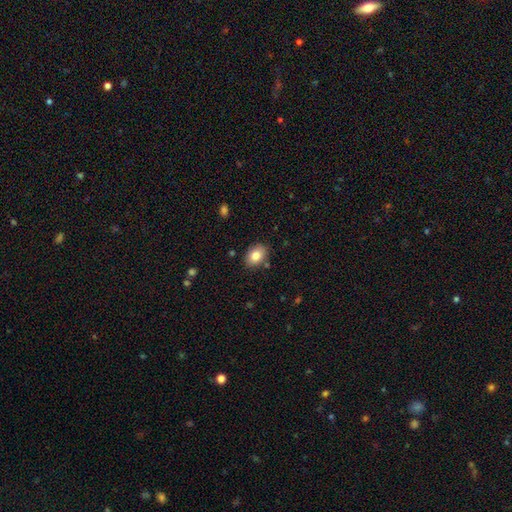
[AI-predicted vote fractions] smooth-or-featured: smooth: 82% | featured or disk: 10% | star or artifact: 8%
  how-rounded: in between: 74% | round: 25% | cigar-shaped: 1%
  merging: none: 85% | minor disturbance: 11% | major disturbance: 2% | merger: 2%